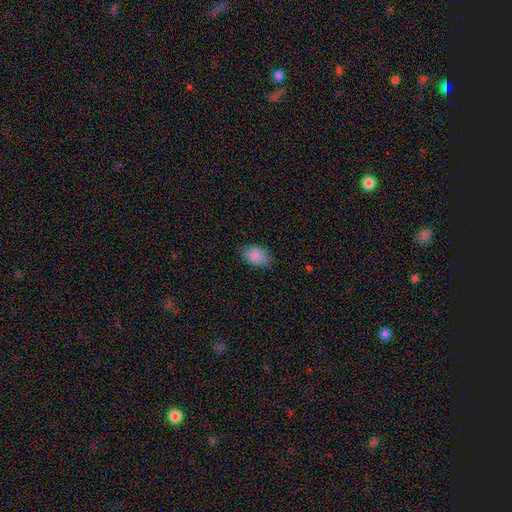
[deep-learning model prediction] This appears to be a smooth galaxy with no disk features (88%) that is in between round and cigar-shaped (83%). Merging: none (80%).